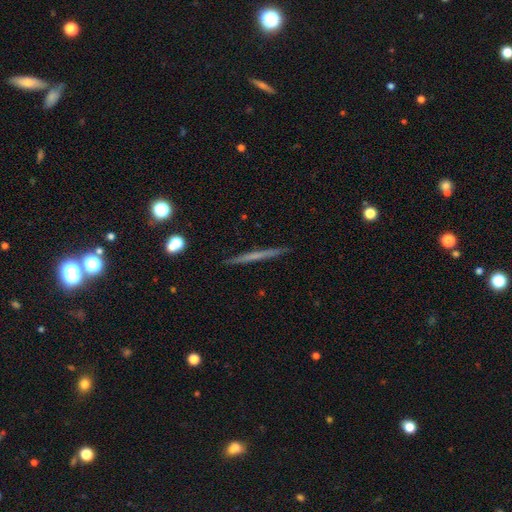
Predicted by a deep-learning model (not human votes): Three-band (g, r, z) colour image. It shows a featured or disk galaxy (50%) viewed edge-on (97%). Merging: none (92%).